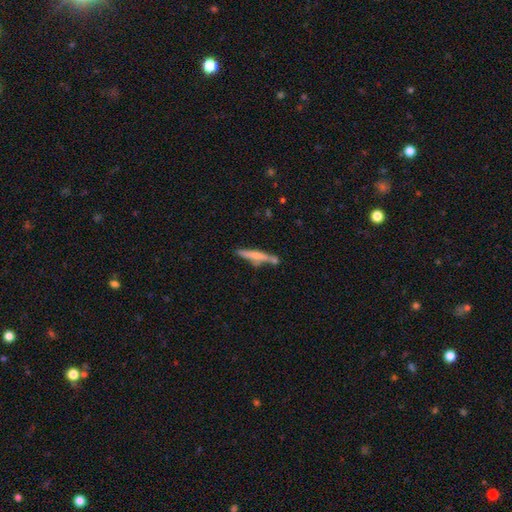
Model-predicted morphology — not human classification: type=smooth (54%); roundness=cigar-shaped (92%); merging=none (64%).